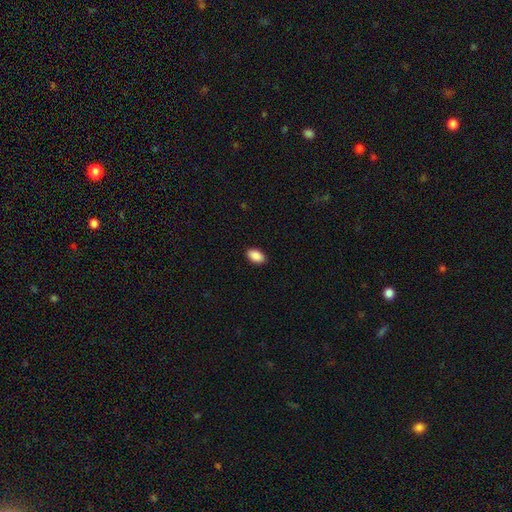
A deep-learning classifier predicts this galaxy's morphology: Smooth or featured? Predicted: smooth (p=0.90). How rounded? Predicted: in between (p=0.93). Merging? Predicted: none (p=0.90).